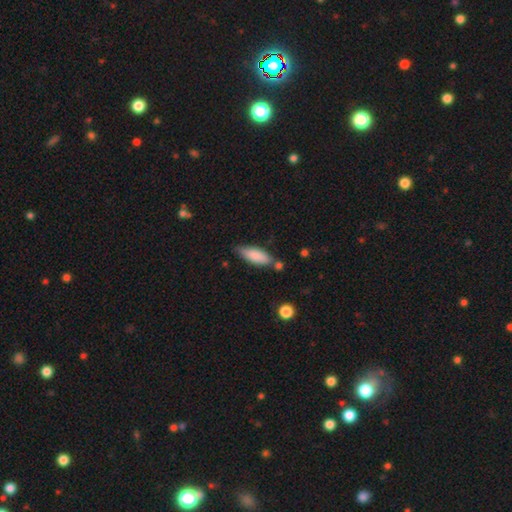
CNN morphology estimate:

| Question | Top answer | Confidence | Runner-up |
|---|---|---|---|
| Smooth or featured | smooth | 83% | featured or disk (11%) |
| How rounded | in between | 60% | cigar-shaped (39%) |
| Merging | none | 66% | minor disturbance (21%) |